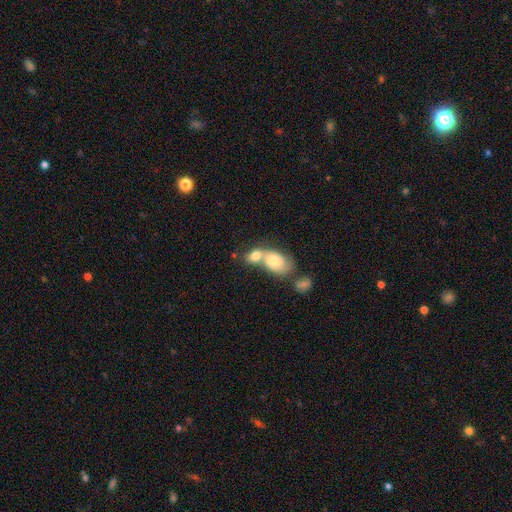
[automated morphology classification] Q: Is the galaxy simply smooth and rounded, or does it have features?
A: smooth — 73%.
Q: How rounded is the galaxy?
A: in between — 79%.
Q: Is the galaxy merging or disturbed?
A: merger — 68%.